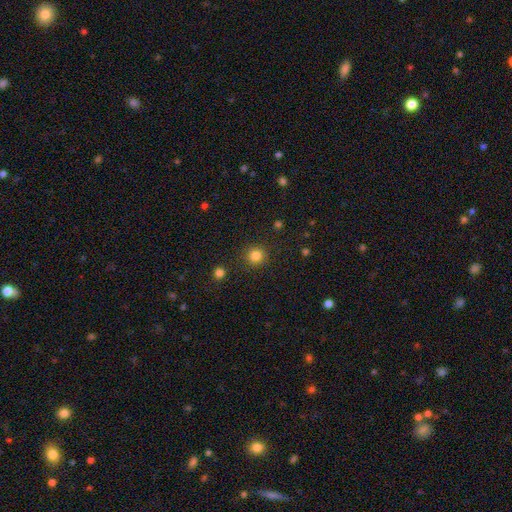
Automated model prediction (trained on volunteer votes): Q: Smooth or featured?
A: smooth (83%); runner-up: star or artifact (12%)
Q: How rounded?
A: round (93%); runner-up: in between (6%)
Q: Merging?
A: none (90%); runner-up: minor disturbance (6%)